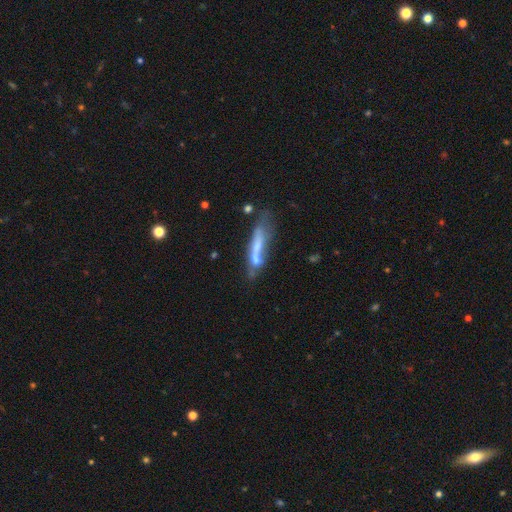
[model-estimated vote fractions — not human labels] Smooth or featured? featured or disk (45%)
Merging? none (40%)